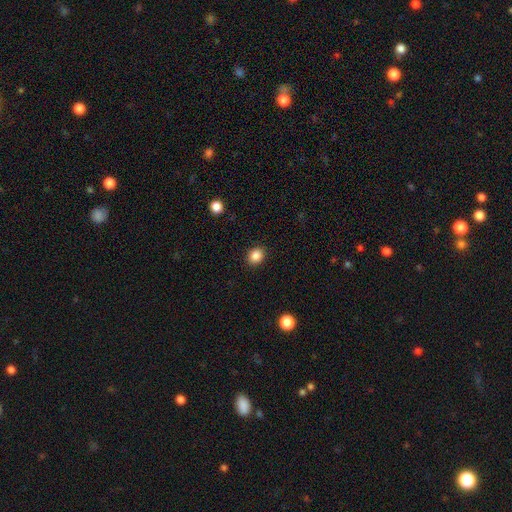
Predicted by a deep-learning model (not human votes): smooth 87%, star or artifact 10%, featured or disk 3%. Down the decision tree: how rounded — round (66%); merging — none (91%).